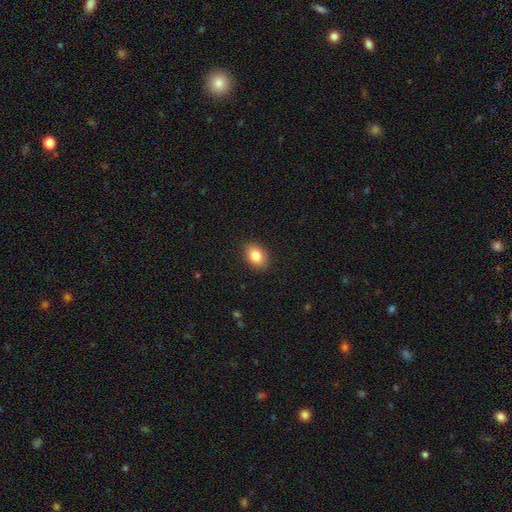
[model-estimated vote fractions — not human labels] Smooth or featured? smooth (84%)
How rounded? in between (75%)
Merging? none (88%)